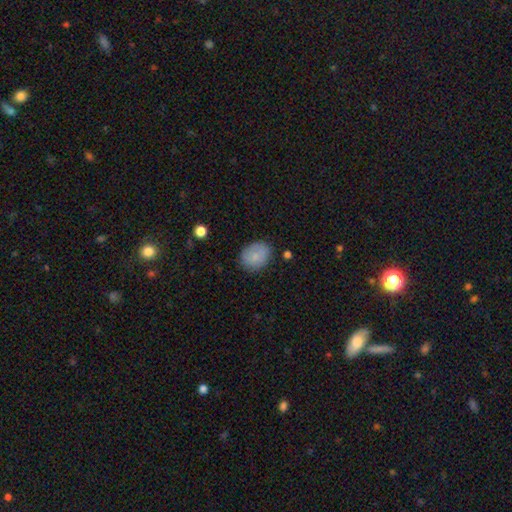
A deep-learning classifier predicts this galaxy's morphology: smooth_or_featured: smooth (p=0.81) [alt: featured or disk p=0.11]
how_rounded: in between (p=0.53) [alt: round p=0.46]
merging: none (p=0.78) [alt: minor disturbance p=0.16]